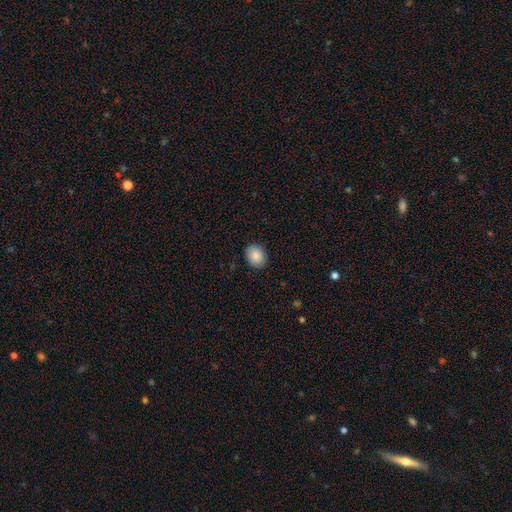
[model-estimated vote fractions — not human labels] Q: Smooth or featured?
A: smooth (88%); runner-up: star or artifact (7%)
Q: How rounded?
A: in between (53%); runner-up: round (46%)
Q: Merging?
A: none (89%); runner-up: minor disturbance (8%)